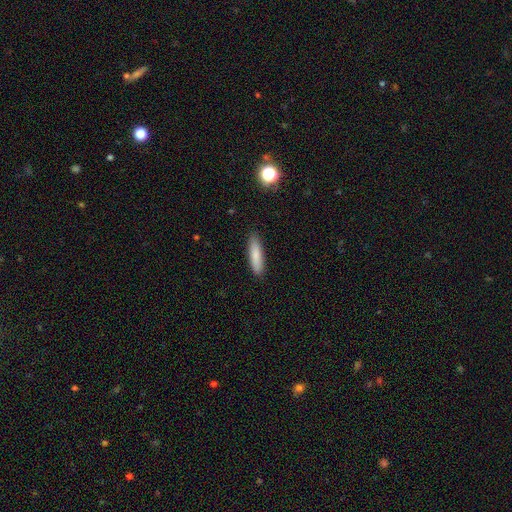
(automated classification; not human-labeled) Smooth or featured: smooth — 84% (featured or disk — 10%)
How rounded: cigar-shaped — 75% (in between — 24%)
Merging: none — 89% (minor disturbance — 8%)